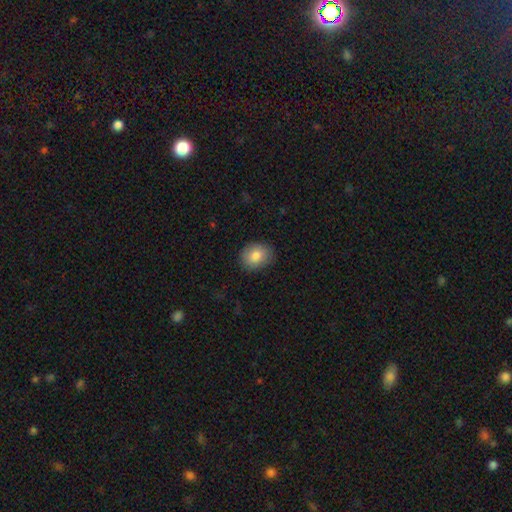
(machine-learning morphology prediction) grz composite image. It shows a smooth galaxy with no disk features (83%) that is in between round and cigar-shaped (53%). Merging: none (84%).